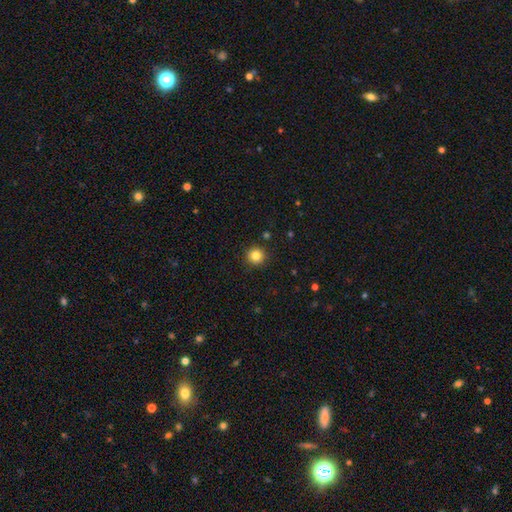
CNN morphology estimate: A smooth galaxy with no disk features (83%) that is round (95%). Merging: none (91%).